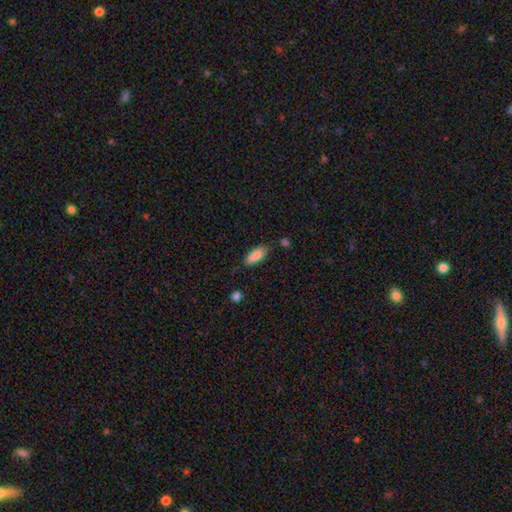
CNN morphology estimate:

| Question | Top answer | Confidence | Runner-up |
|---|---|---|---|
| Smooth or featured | smooth | 86% | featured or disk (7%) |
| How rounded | in between | 74% | cigar-shaped (24%) |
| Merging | none | 74% | minor disturbance (18%) |